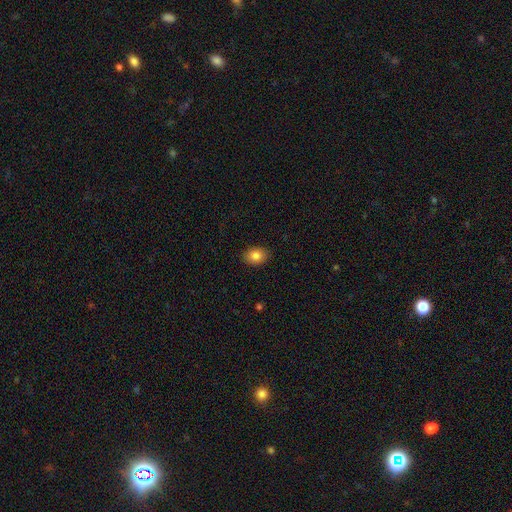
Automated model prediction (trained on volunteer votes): A smooth galaxy with no disk features (84%) that is in between round and cigar-shaped (66%).

Vote fractions:
- Smooth or featured? smooth: 84% / star or artifact: 9% / featured or disk: 7%
- How rounded? in between: 66% / round: 33% / cigar-shaped: 1%
- Merging? none: 89% / minor disturbance: 8% / major disturbance: 2% / merger: 1%